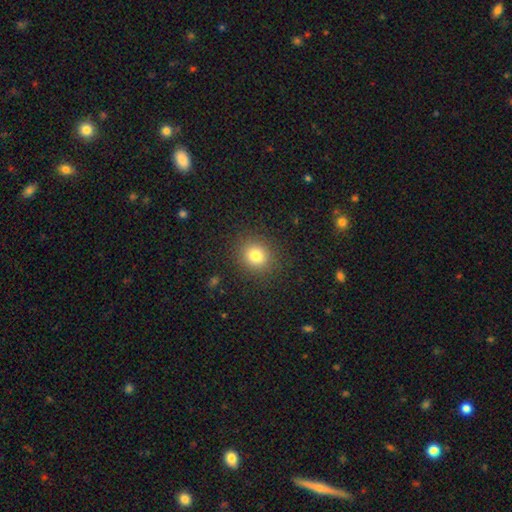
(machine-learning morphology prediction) type=smooth (80%); roundness=round (84%); merging=none (89%).